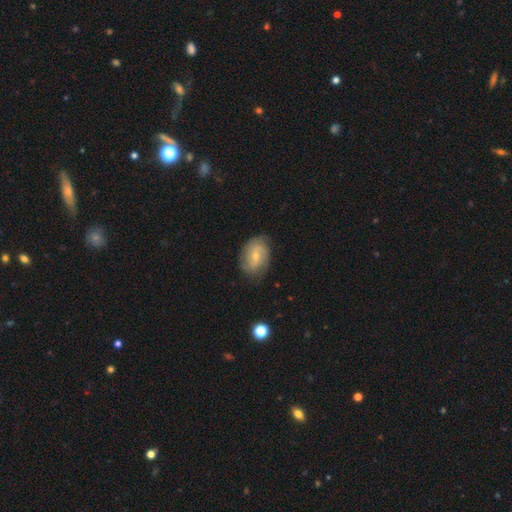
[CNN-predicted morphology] Overall: featured or disk (65%; smooth 28%). Edge-on disk: no (96%). Bar: weak (45%; no 44%). Spiral arms: yes (86%). Spiral arm count: 2 (60%; can't tell 23%). Spiral winding: medium (41%; tight 39%). Bulge size: small (54%; moderate 42%). Merging: none (75%).